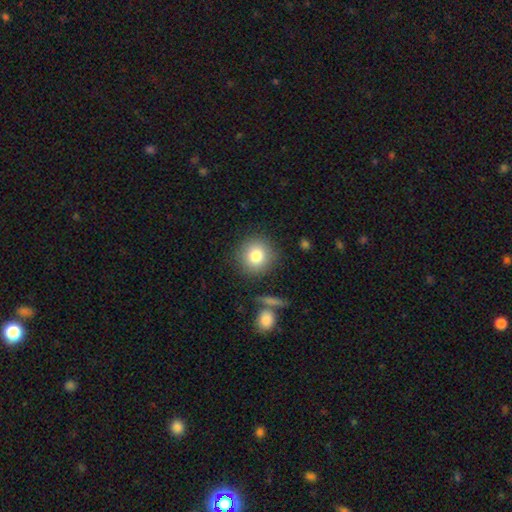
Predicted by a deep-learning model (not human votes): smooth 81%, star or artifact 10%, featured or disk 10%. Down the decision tree: how rounded — round (92%); merging — none (85%).